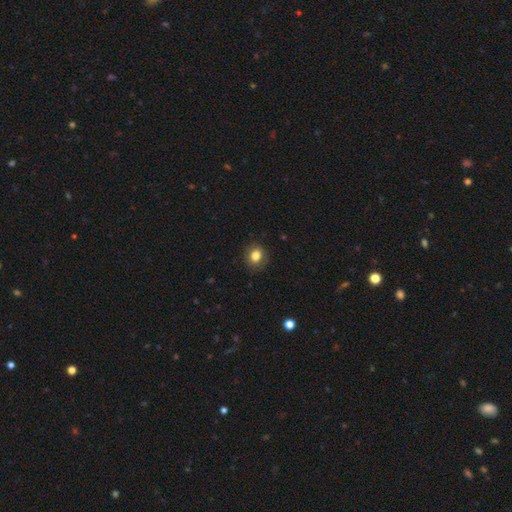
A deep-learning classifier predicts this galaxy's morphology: Smooth or featured: smooth — 82% (star or artifact — 10%)
How rounded: round — 66% (in between — 33%)
Merging: none — 86% (minor disturbance — 10%)